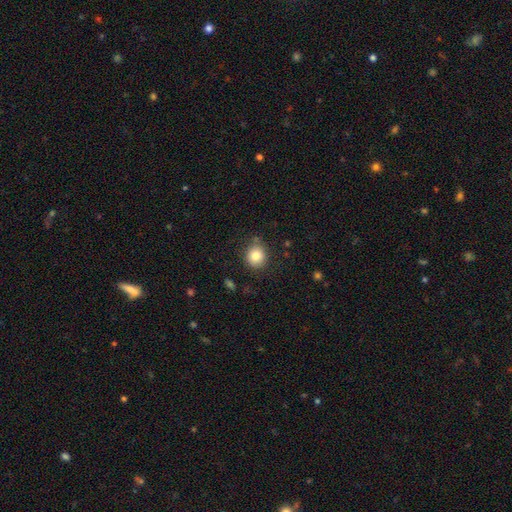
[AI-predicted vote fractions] This appears to be a smooth galaxy with no disk features (82%) that is round (81%). Merging: none (81%).